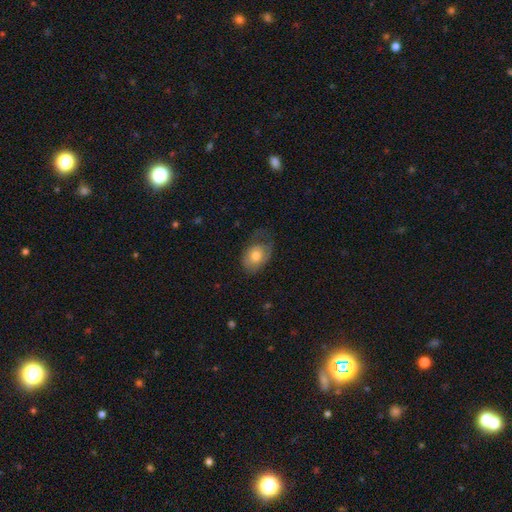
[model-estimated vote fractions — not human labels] Smooth or featured?
  - smooth: 69% *
  - featured or disk: 23%
  - star or artifact: 7%
How rounded?
  - in between: 80% *
  - round: 19%
  - cigar-shaped: 1%
Merging?
  - none: 43% *
  - minor disturbance: 32%
  - major disturbance: 23%
  - merger: 2%